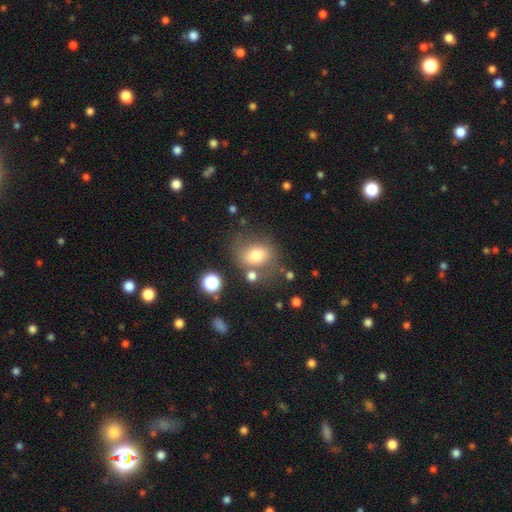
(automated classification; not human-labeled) Smooth or featured: smooth — 69% (featured or disk — 19%)
How rounded: in between — 49% (tied with round — 49%)
Merging: none — 58% (minor disturbance — 20%)